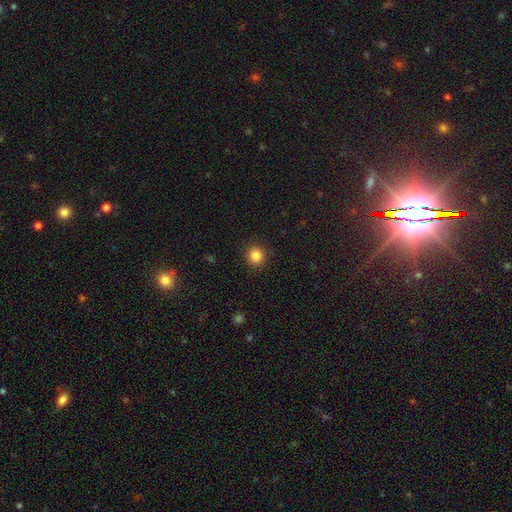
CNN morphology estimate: type=smooth (85%); roundness=round (93%); merging=none (91%).